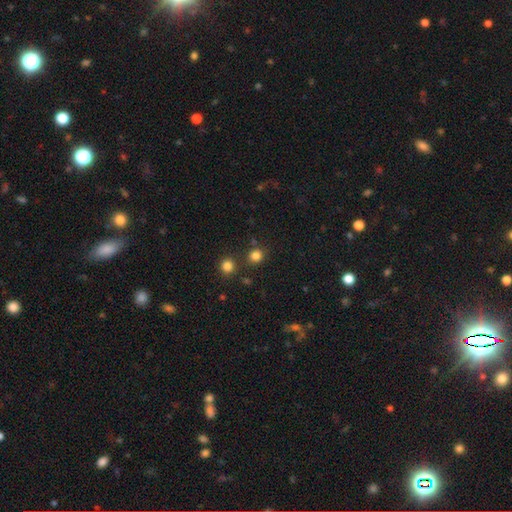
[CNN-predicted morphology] Smooth or featured? smooth (81%)
How rounded? round (86%)
Merging? none (81%)